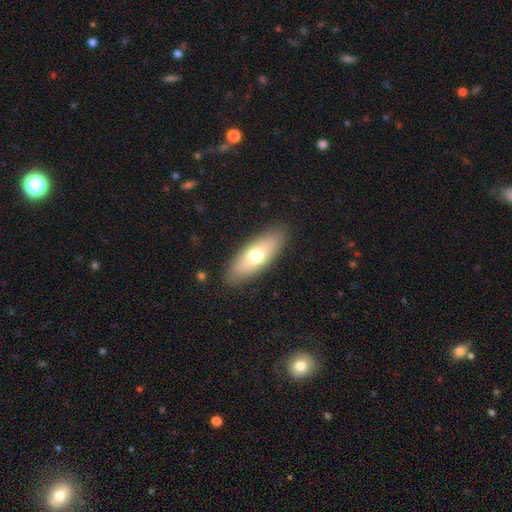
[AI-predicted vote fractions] Q: Smooth or featured?
A: smooth (67%); runner-up: featured or disk (27%)
Q: How rounded?
A: in between (67%); runner-up: cigar-shaped (31%)
Q: Merging?
A: none (88%); runner-up: minor disturbance (9%)